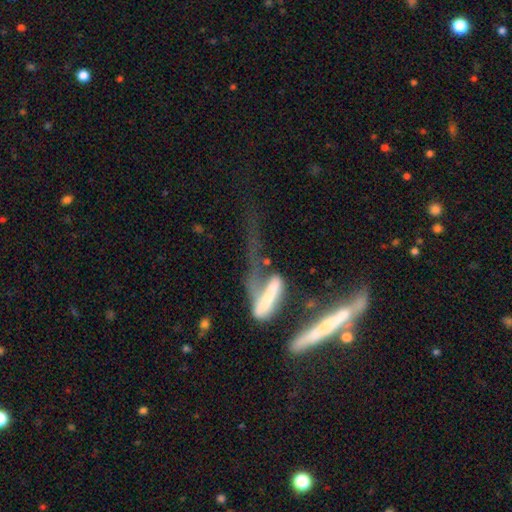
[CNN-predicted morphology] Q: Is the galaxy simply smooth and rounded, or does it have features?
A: featured or disk — 60%.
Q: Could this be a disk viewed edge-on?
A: yes — 55%.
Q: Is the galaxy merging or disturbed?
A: merger — 36%.